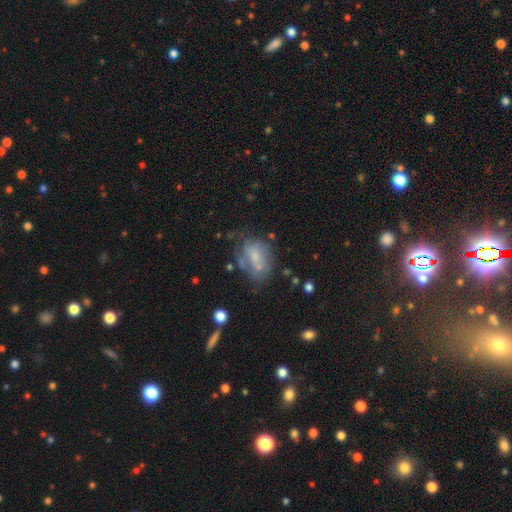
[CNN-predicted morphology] smooth 52%, featured or disk 37%, star or artifact 11%. Down the decision tree: how rounded — in between (75%); merging — none (40%).